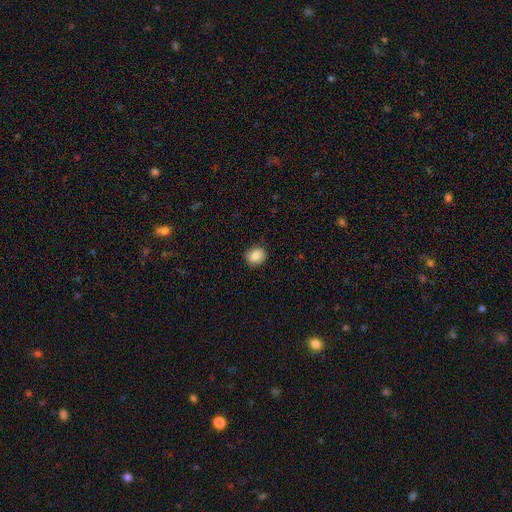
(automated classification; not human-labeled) smooth-or-featured: smooth: 86% | star or artifact: 8% | featured or disk: 6%
  how-rounded: round: 69% | in between: 30% | cigar-shaped: 1%
  merging: none: 83% | minor disturbance: 13% | major disturbance: 3% | merger: 1%